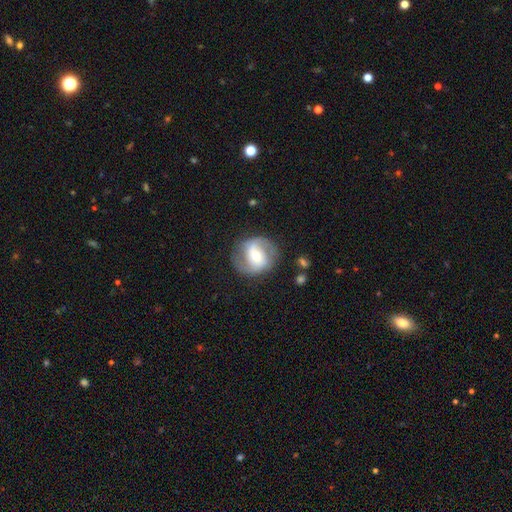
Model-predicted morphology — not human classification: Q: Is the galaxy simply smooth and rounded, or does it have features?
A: featured or disk — 70%.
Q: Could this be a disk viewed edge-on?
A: no — 97%.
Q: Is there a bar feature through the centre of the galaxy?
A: weak — 40%.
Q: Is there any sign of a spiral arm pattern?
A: yes — 83%.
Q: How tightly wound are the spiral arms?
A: medium — 46%.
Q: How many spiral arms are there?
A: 2 — 84%.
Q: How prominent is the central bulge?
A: moderate — 63%.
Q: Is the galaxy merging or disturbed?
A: none — 76%.